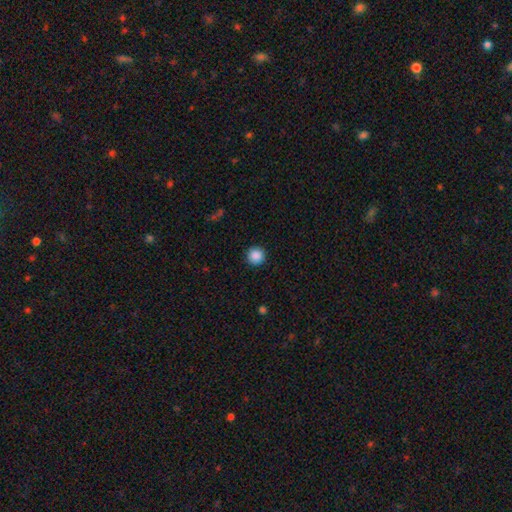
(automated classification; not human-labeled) Smooth or featured? Predicted: smooth (p=0.88). How rounded? Predicted: round (p=0.96). Merging? Predicted: none (p=0.92).